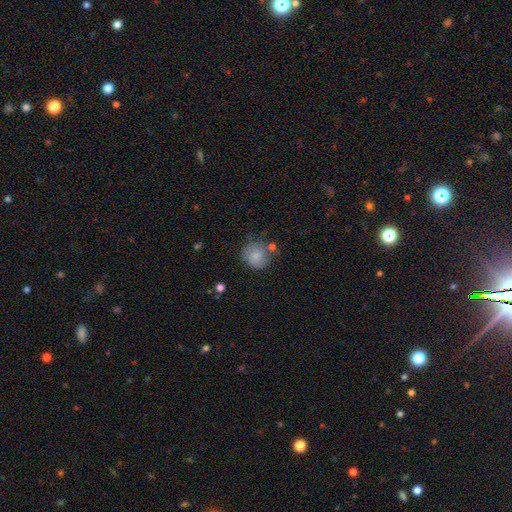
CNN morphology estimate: smooth_or_featured: smooth (p=0.74) [alt: featured or disk p=0.18]
how_rounded: round (p=0.85) [alt: in between p=0.14]
merging: none (p=0.59) [alt: minor disturbance p=0.23]